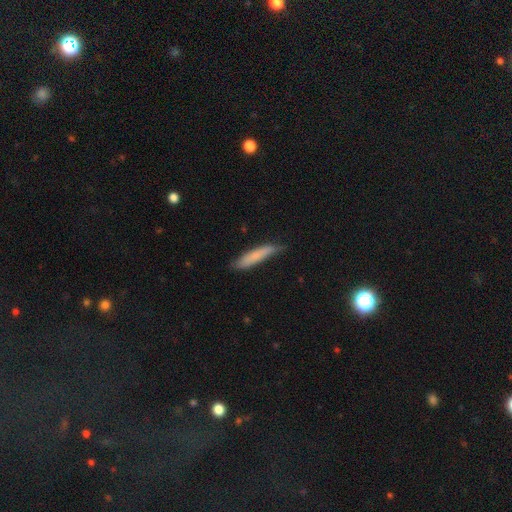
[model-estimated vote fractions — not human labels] This appears to be a smooth galaxy with no disk features (77%) that is cigar-shaped (87%). Merging: none (68%).